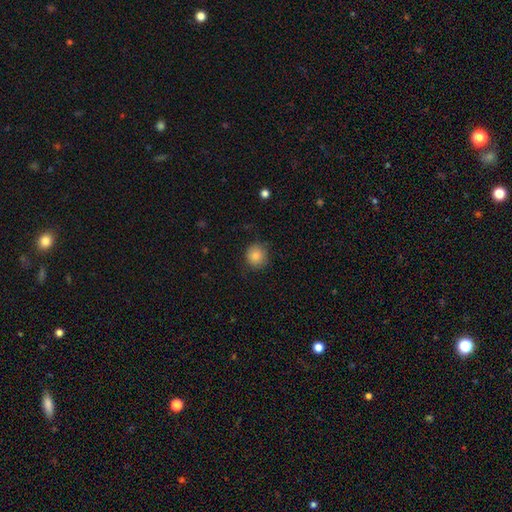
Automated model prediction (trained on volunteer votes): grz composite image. It shows a smooth galaxy with no disk features (86%) that is round (87%). Merging: none (84%).